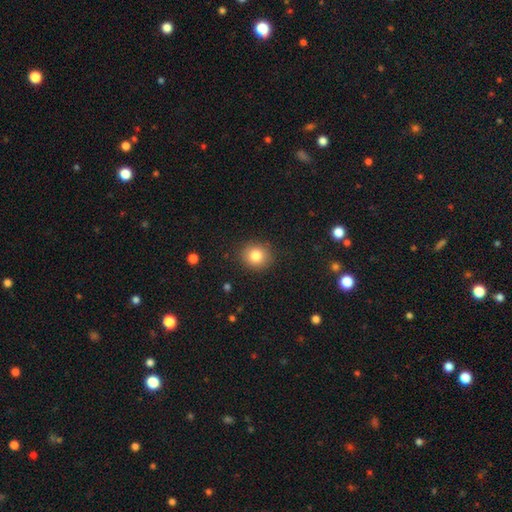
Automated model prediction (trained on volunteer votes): smooth_or_featured: smooth (p=0.82) [alt: star or artifact p=0.11]
how_rounded: round (p=0.82) [alt: in between p=0.17]
merging: none (p=0.89) [alt: minor disturbance p=0.07]